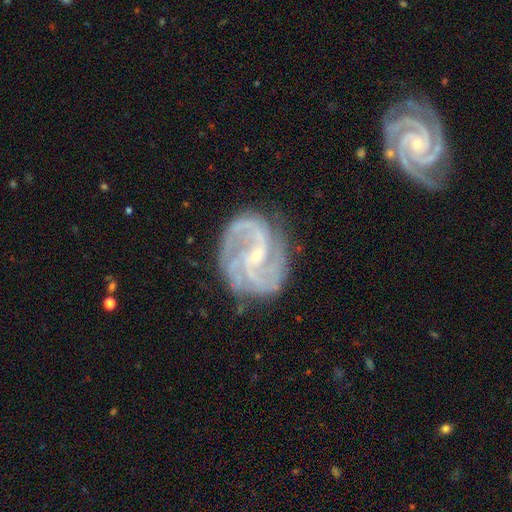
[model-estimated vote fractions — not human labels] Smooth or featured? Predicted: featured or disk (p=0.90). Edge-on disk? Predicted: no (p=0.98). Bar? Predicted: weak (p=0.44). Spiral arms? Predicted: yes (p=0.98). Spiral winding? Predicted: medium (p=0.52). Spiral arm count? Predicted: 2 (p=0.44). Bulge size? Predicted: small (p=0.80). Merging? Predicted: none (p=0.74).